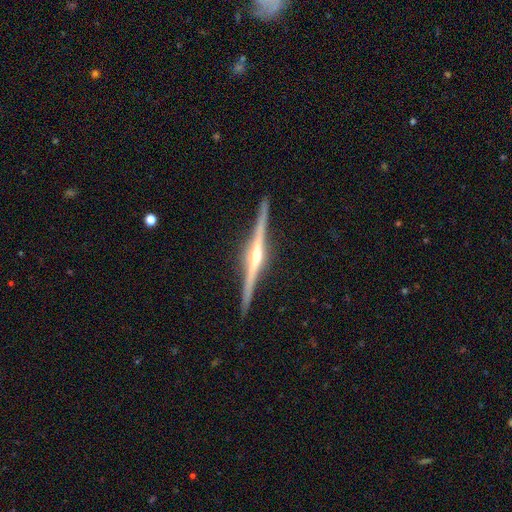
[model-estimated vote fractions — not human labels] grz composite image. It shows a featured or disk galaxy (87%) viewed edge-on (98%) with a rounded central bulge (89%). Merging: none (91%).